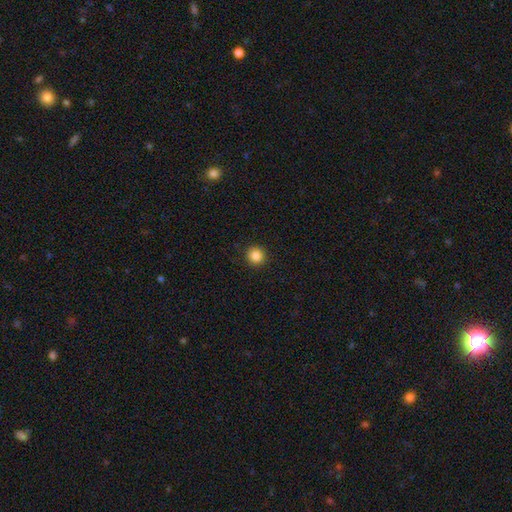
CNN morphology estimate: Smooth or featured: smooth — 86% (star or artifact — 10%)
How rounded: round — 95% (in between — 4%)
Merging: none — 93% (minor disturbance — 5%)